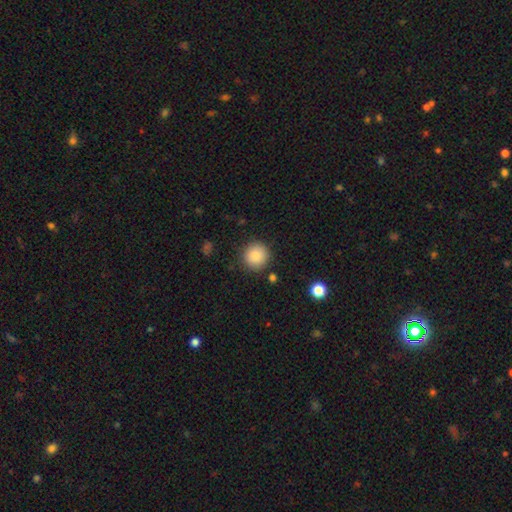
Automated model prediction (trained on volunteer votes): This appears to be a smooth galaxy with no disk features (87%) that is round (94%). Merging: none (88%).